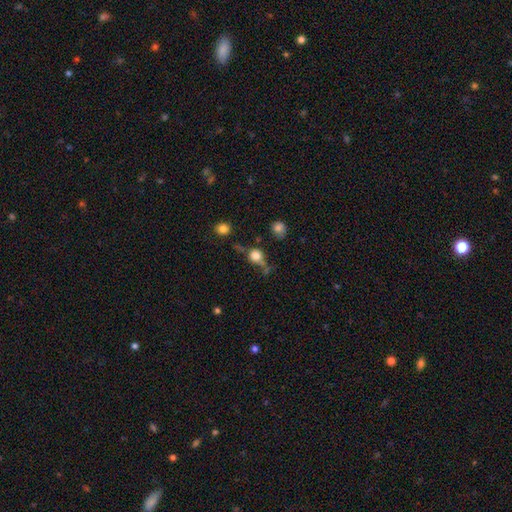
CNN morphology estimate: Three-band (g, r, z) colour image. It shows a smooth galaxy with no disk features (73%) that is round (83%). Merging: none (54%).